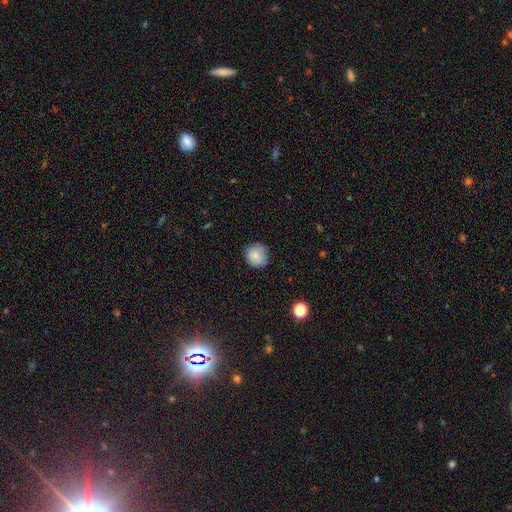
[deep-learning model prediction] The model was most divided on "merging": none: 80%, minor disturbance: 16%, major disturbance: 3%, merger: 1%. More confident: how rounded — round (90%); smooth or featured — smooth (84%).